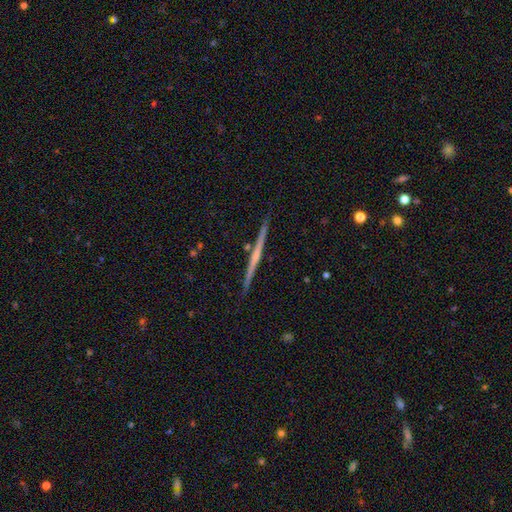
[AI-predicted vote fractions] This is likely a featured or disk galaxy (70%). It is clearly viewed edge-on (98%). Edge-on bulge: likely none (67%). Merging: clearly none (90%).